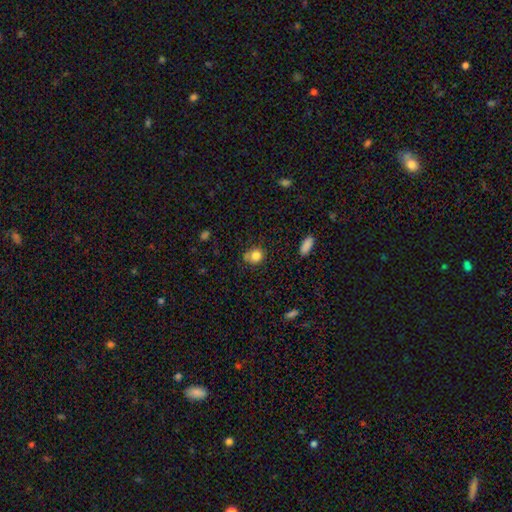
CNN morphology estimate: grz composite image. It shows a smooth galaxy with no disk features (81%) that is round (73%). Merging: none (59%).